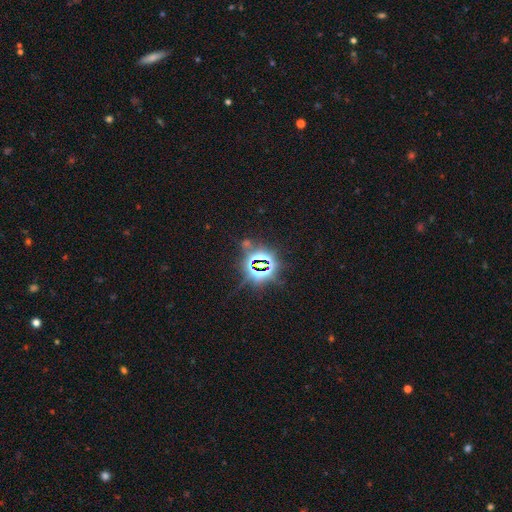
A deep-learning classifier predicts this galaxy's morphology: Overall: star or artifact (82%).